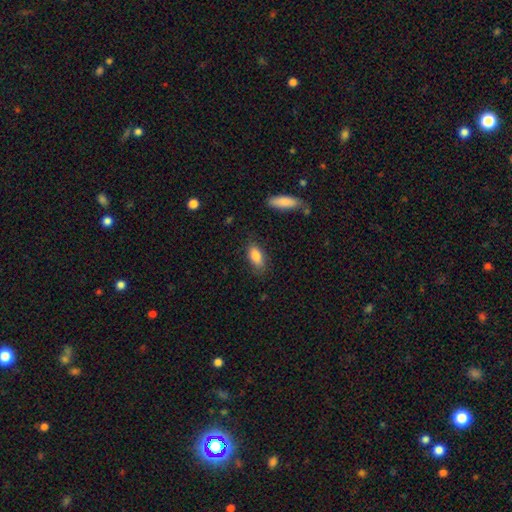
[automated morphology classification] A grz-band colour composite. It shows a smooth galaxy with no disk features (83%) that is in between round and cigar-shaped (85%). Merging: none (80%).